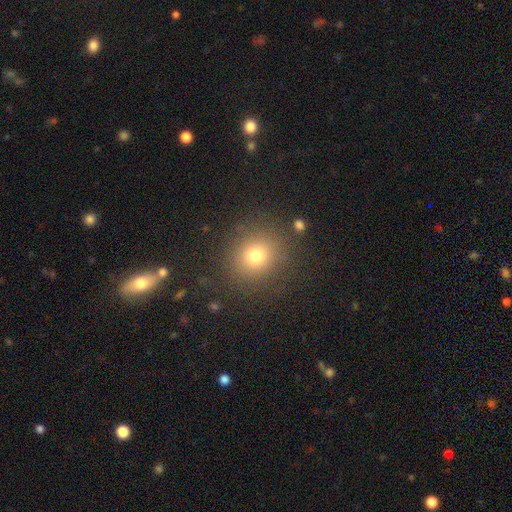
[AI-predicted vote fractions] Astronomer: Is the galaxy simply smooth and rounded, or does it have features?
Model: smooth — 75%.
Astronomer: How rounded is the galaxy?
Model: round — 82%.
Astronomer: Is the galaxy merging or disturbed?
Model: none — 85%.